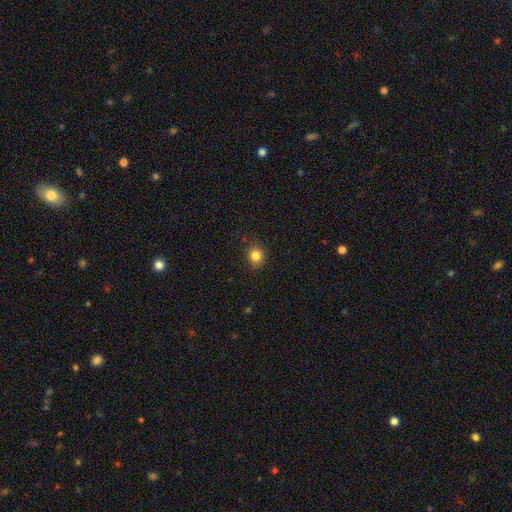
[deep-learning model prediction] Q: Smooth or featured?
A: smooth (84%); runner-up: star or artifact (12%)
Q: How rounded?
A: round (82%); runner-up: in between (17%)
Q: Merging?
A: none (85%); runner-up: minor disturbance (11%)